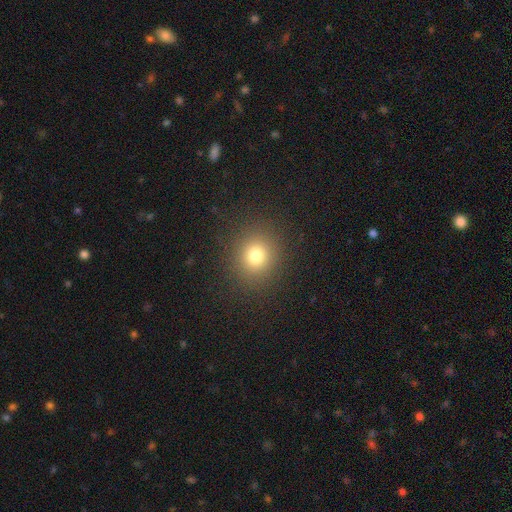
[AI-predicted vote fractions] Smooth or featured? Predicted: smooth (p=0.76). How rounded? Predicted: round (p=0.83). Merging? Predicted: none (p=0.89).